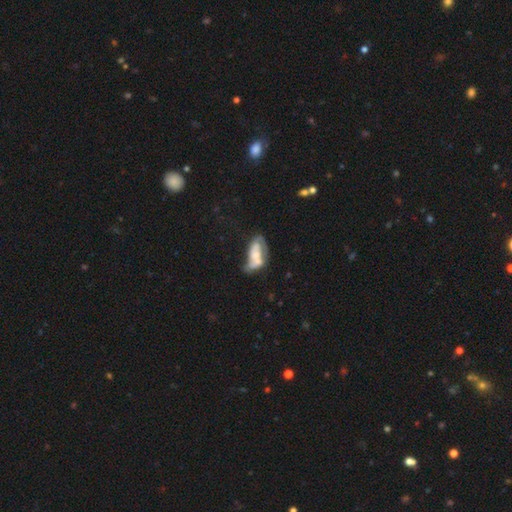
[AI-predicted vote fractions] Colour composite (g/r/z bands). It shows a featured or disk galaxy (52%). Merging: merger (37%).